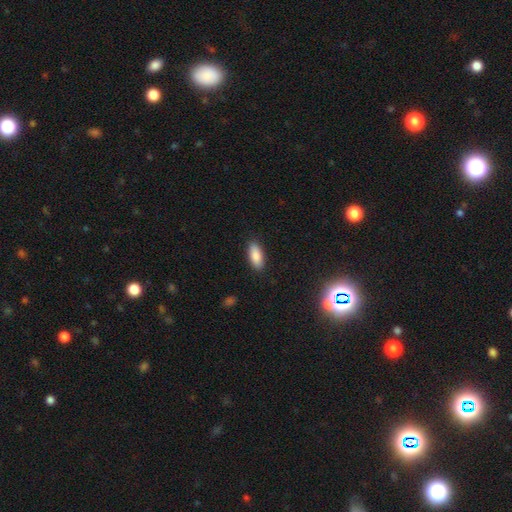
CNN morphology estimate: Smooth or featured?
  - smooth: 87% *
  - star or artifact: 7%
  - featured or disk: 7%
How rounded?
  - in between: 85% *
  - cigar-shaped: 13%
  - round: 2%
Merging?
  - none: 88% *
  - minor disturbance: 9%
  - major disturbance: 2%
  - merger: 1%